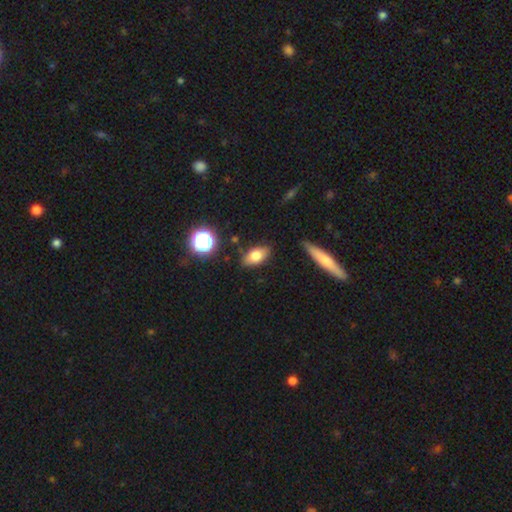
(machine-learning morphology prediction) Overall: smooth (74%). How rounded: in between (85%). Merging: none (82%).